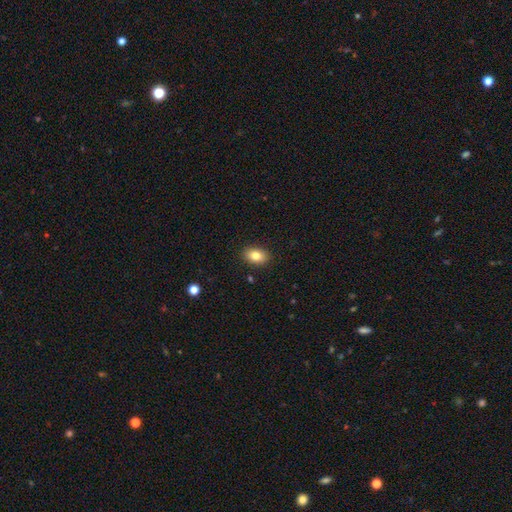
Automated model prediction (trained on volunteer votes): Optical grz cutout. It shows a smooth galaxy with no disk features (82%) that is in between round and cigar-shaped (84%). Merging: none (89%).